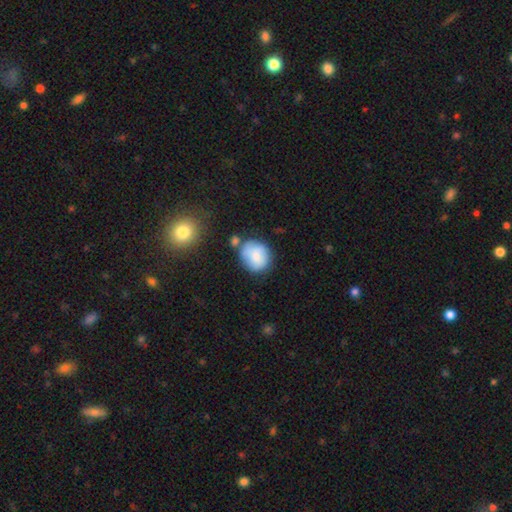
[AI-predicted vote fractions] This is likely a smooth galaxy (77%). How rounded: likely round (71%). Merging: possibly none (56%).